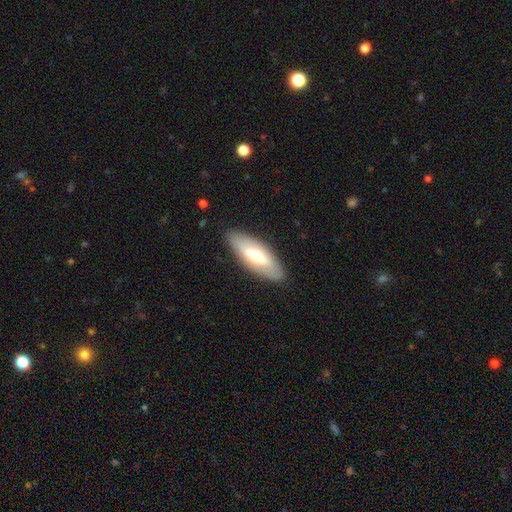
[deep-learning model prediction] Smooth or featured?
  - smooth: 49% *
  - featured or disk: 46%
  - star or artifact: 5%
Merging?
  - none: 87% *
  - minor disturbance: 10%
  - major disturbance: 2%
  - merger: 1%